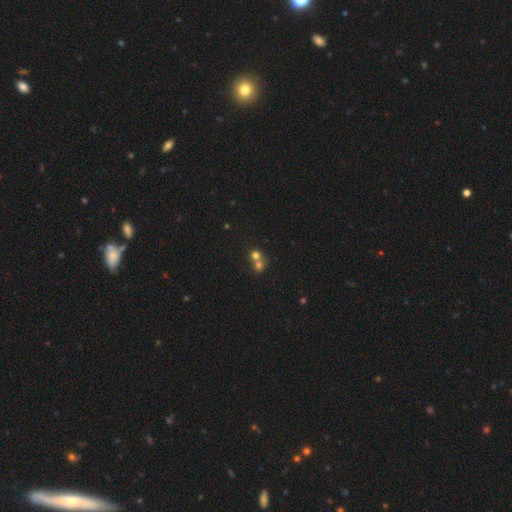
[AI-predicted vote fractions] smooth_or_featured: smooth (p=0.68) [alt: star or artifact p=0.17]
how_rounded: round (p=0.81) [alt: in between p=0.18]
merging: merger (p=0.59) [alt: none p=0.34]